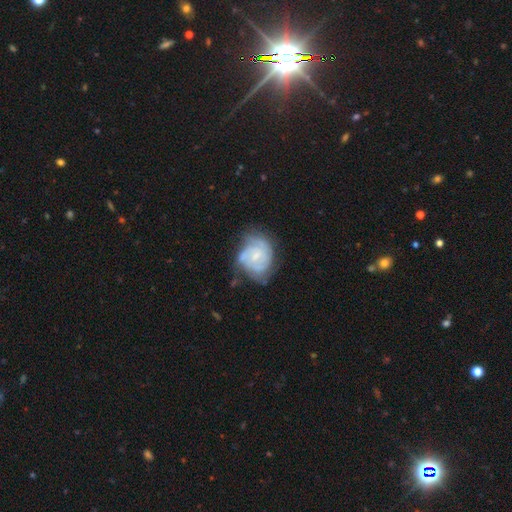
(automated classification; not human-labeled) This is likely a featured or disk galaxy (74%). It is clearly not viewed edge-on (98%). Bar: possibly no (54%). Spiral arm pattern: clearly yes (87%). Spiral arm count: marginally can't tell (36%). Spiral winding: possibly tight (58%). Central bulge: possibly small (56%). Merging: possibly none (48%).